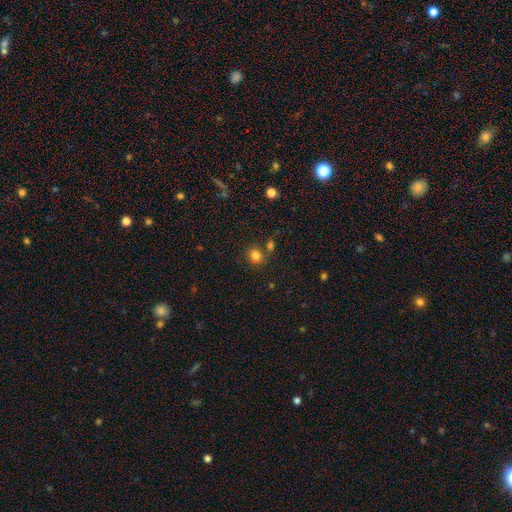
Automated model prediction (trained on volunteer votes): smooth_or_featured: smooth (p=0.80) [alt: star or artifact p=0.14]
how_rounded: round (p=0.74) [alt: in between p=0.25]
merging: none (p=0.71) [alt: merger p=0.15]